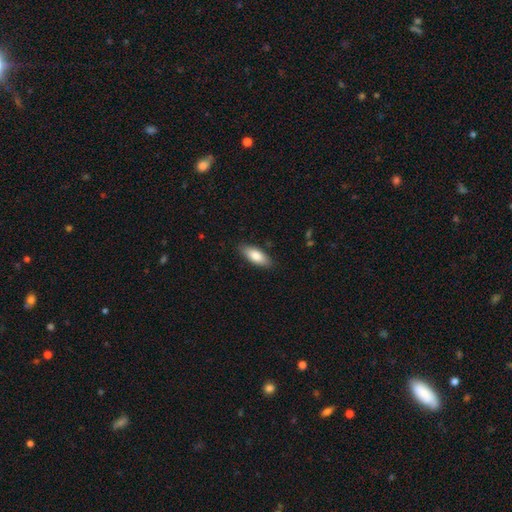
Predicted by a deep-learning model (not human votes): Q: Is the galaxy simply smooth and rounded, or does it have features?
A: smooth — 81%.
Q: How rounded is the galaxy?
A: in between — 76%.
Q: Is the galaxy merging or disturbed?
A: none — 86%.